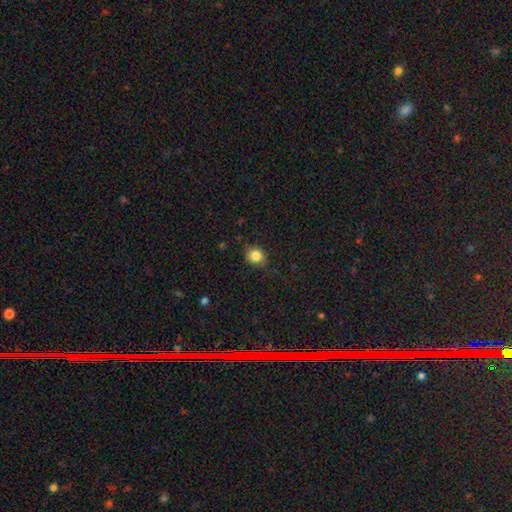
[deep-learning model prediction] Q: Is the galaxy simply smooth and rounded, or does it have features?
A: smooth — 84%.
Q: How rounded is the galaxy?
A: round — 68%.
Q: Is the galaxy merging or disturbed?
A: none — 73%.